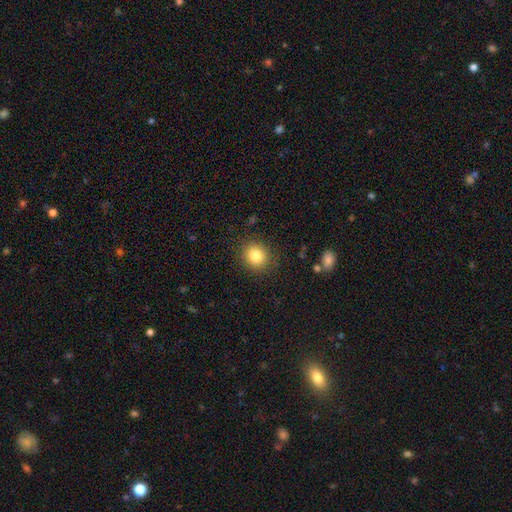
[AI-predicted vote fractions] Smooth or featured? Predicted: smooth (p=0.83). How rounded? Predicted: round (p=0.83). Merging? Predicted: none (p=0.88).